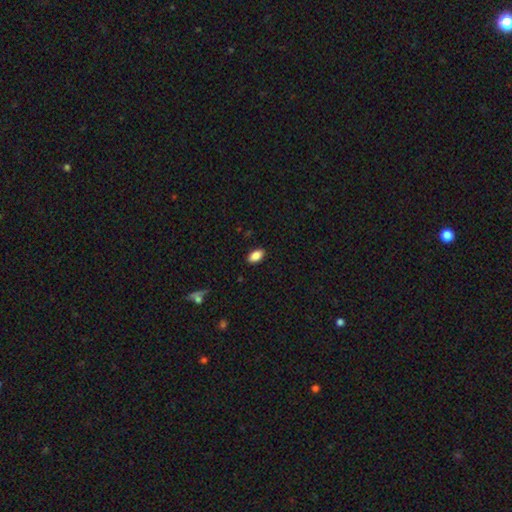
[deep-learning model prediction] Morphology: type=smooth (88%); roundness=in between (93%); merging=none (88%).